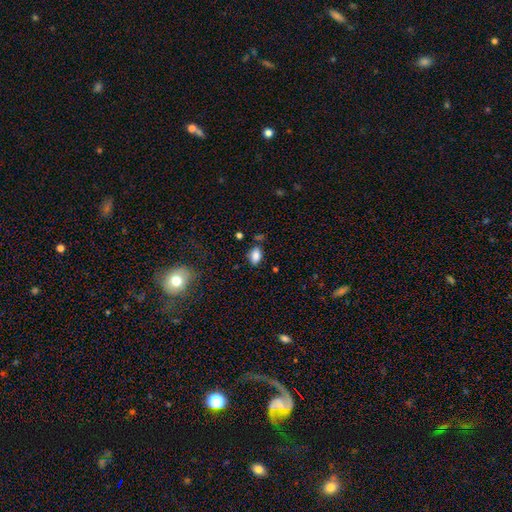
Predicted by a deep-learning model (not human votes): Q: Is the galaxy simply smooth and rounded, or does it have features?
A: smooth — 84%.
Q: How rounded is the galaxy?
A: in between — 86%.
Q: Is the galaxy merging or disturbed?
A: none — 76%.